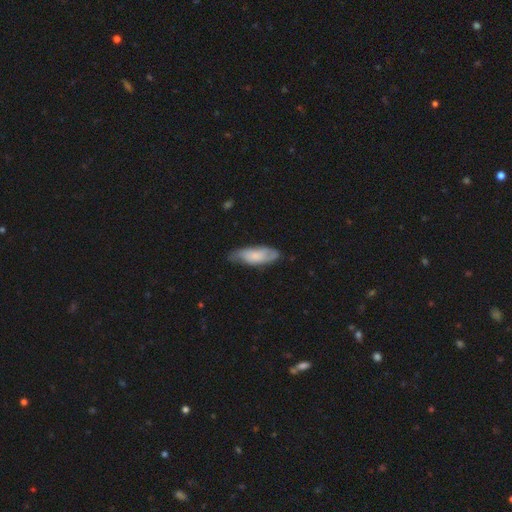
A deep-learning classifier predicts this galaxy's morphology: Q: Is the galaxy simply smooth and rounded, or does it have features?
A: smooth — 59%.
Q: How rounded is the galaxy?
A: in between — 70%.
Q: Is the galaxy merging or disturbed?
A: none — 59%.